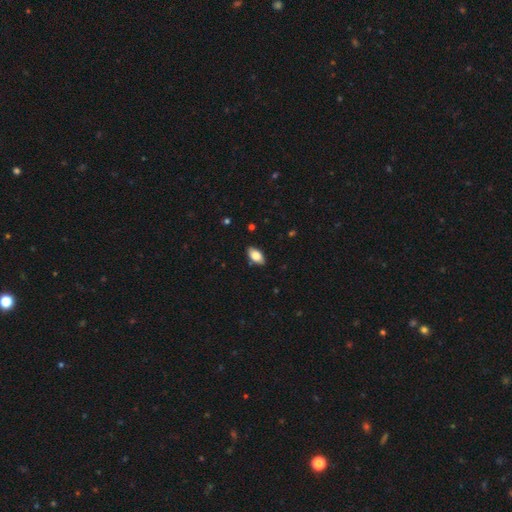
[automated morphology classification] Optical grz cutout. It shows a smooth galaxy with no disk features (81%) that is in between round and cigar-shaped (93%). Merging: none (87%).